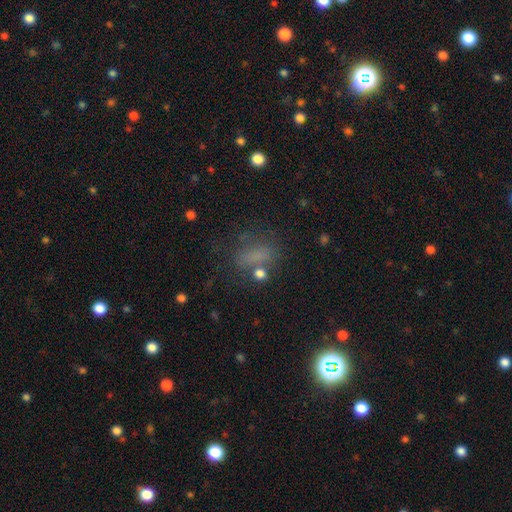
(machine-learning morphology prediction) smooth-or-featured: smooth: 61% | star or artifact: 25% | featured or disk: 14%
  how-rounded: in between: 63% | round: 19% | cigar-shaped: 18%
  merging: none: 60% | minor disturbance: 19% | major disturbance: 14% | merger: 7%